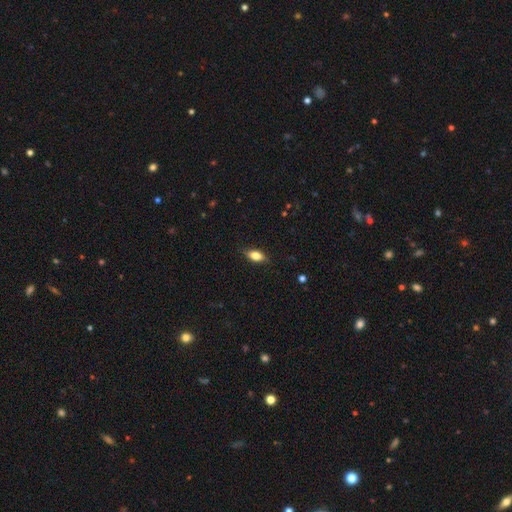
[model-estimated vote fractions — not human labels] Smooth or featured? Predicted: smooth (p=0.77). How rounded? Predicted: in between (p=0.84). Merging? Predicted: none (p=0.83).